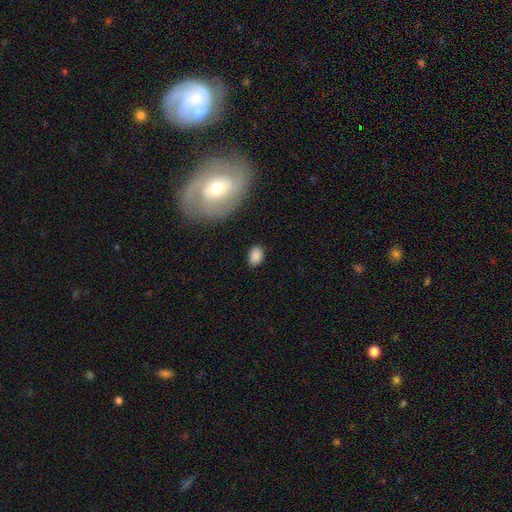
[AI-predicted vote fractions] This appears to be a smooth galaxy with no disk features (86%) that is in between round and cigar-shaped (83%). Merging: none (83%).